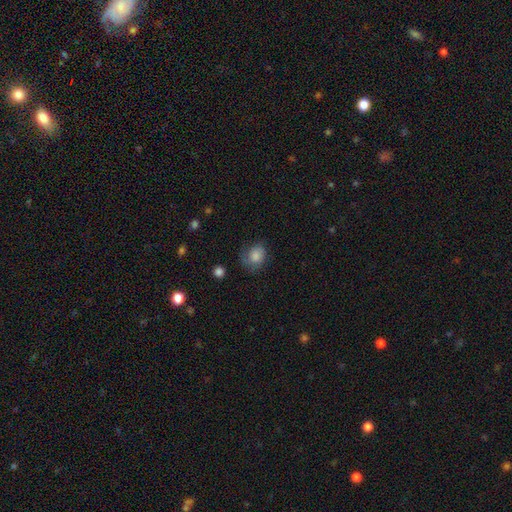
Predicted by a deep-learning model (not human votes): This is likely a smooth galaxy (76%). How rounded: likely round (60%). Merging: possibly none (57%).